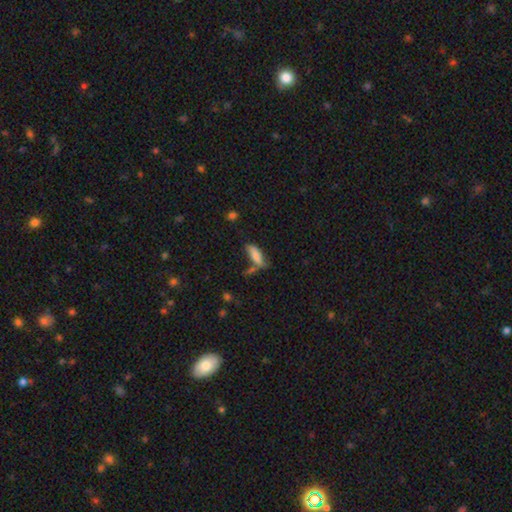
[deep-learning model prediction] smooth-or-featured: smooth: 74% | featured or disk: 18% | star or artifact: 8%
  how-rounded: in between: 58% | cigar-shaped: 39% | round: 2%
  merging: none: 46% | minor disturbance: 25% | merger: 18% | major disturbance: 11%